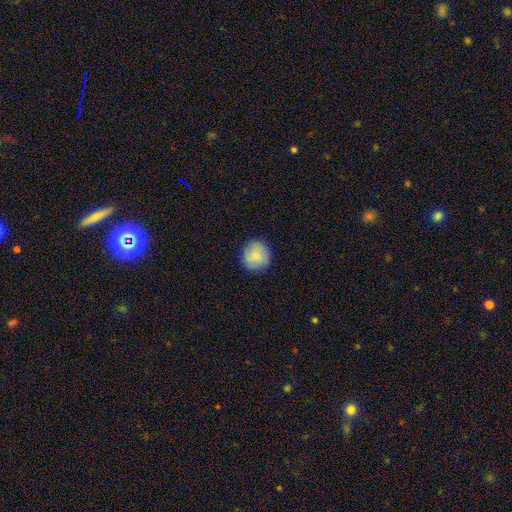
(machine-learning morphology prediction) Q: Smooth or featured?
A: smooth (81%); runner-up: featured or disk (12%)
Q: How rounded?
A: round (92%); runner-up: in between (7%)
Q: Merging?
A: none (87%); runner-up: minor disturbance (10%)